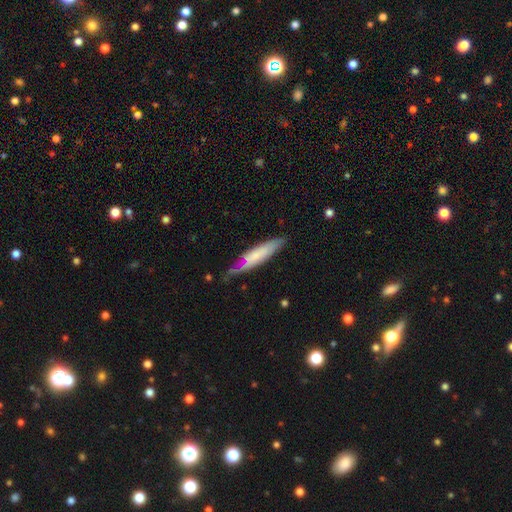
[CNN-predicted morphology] A smooth galaxy with no disk features (51%) that is cigar-shaped (79%).

Vote fractions:
- Smooth or featured? smooth: 51% / featured or disk: 43% / star or artifact: 6%
- How rounded? cigar-shaped: 79% / in between: 20% / round: 1%
- Merging? none: 59% / minor disturbance: 30% / major disturbance: 9% / merger: 3%